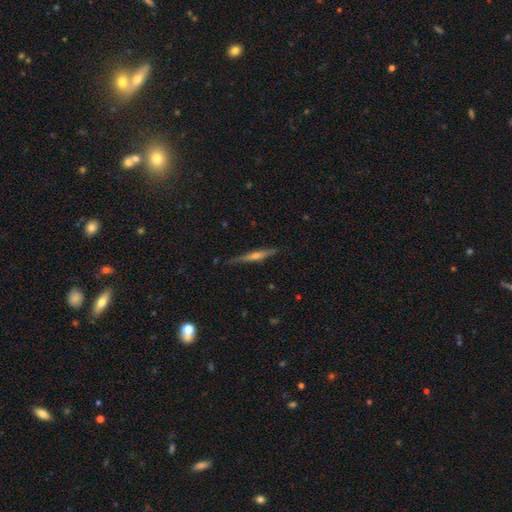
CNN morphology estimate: smooth_or_featured: featured or disk (p=0.74) [alt: smooth p=0.18]
disk_edge_on: yes (p=0.98) [alt: no p=0.02]
edge_on_bulge: rounded (p=0.81) [alt: none p=0.12]
merging: none (p=0.87) [alt: minor disturbance p=0.09]